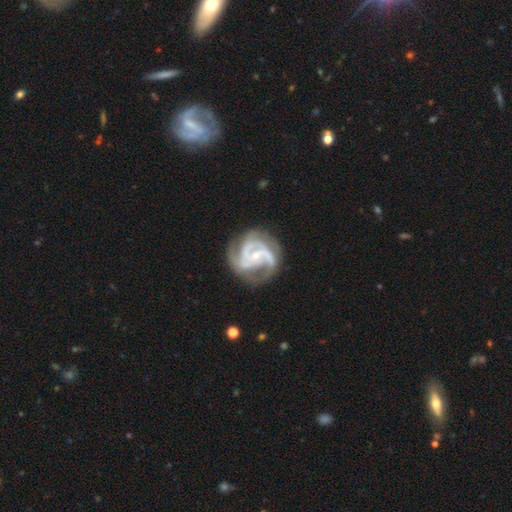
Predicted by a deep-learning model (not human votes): A featured or disk galaxy (91%) with no bar (45%), 3 (49%) medium (51%) spiral arms (98%) and a small central bulge (74%).

Vote fractions:
- Smooth or featured? featured or disk: 91% / smooth: 5% / star or artifact: 5%
- Edge-on disk? no: 98% / yes: 2%
- Bar? no: 45% / weak: 37% / strong: 18%
- Spiral arms? yes: 98% / no: 2%
- Spiral winding? medium: 51% / tight: 37% / loose: 12%
- Spiral arm count? 3: 49% / 2: 26% / can't tell: 9% / 4: 7% / 1: 4% / more than 4: 4%
- Bulge size? small: 74% / moderate: 22% / none: 3% / large: 1% / dominant: 1%
- Merging? none: 66% / minor disturbance: 20% / major disturbance: 13% / merger: 2%